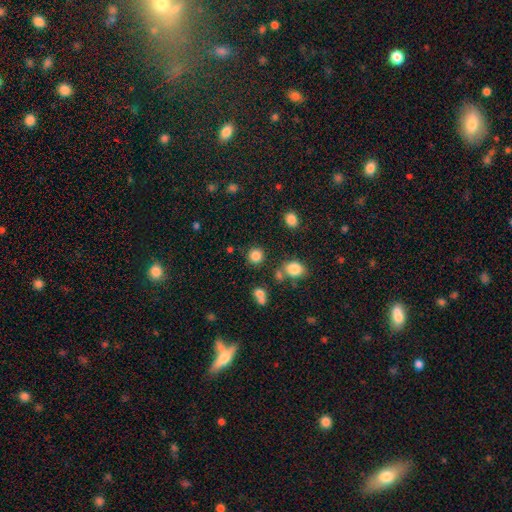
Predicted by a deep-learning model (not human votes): A smooth galaxy with no disk features (82%) that is round (90%).

Vote fractions:
- Smooth or featured? smooth: 82% / star or artifact: 13% / featured or disk: 5%
- How rounded? round: 90% / in between: 9% / cigar-shaped: 1%
- Merging? none: 82% / minor disturbance: 8% / merger: 6% / major disturbance: 3%